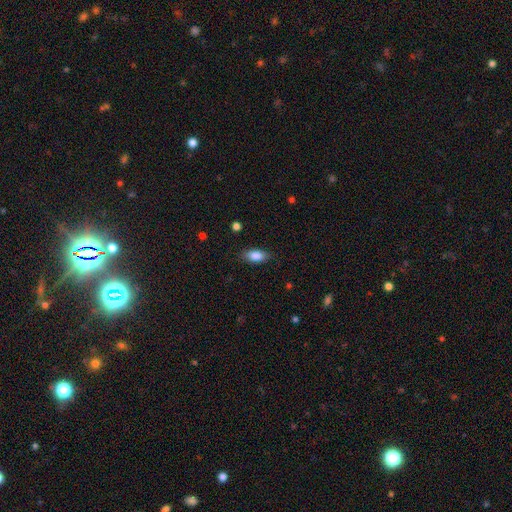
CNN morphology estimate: smooth 86%, star or artifact 7%, featured or disk 7%. Down the decision tree: how rounded — in between (87%); merging — none (83%).